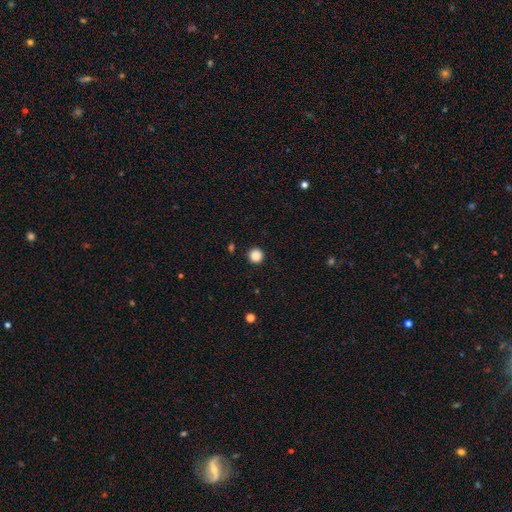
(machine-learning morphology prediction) This is clearly a smooth galaxy (87%). How rounded: clearly round (96%). Merging: clearly none (93%).